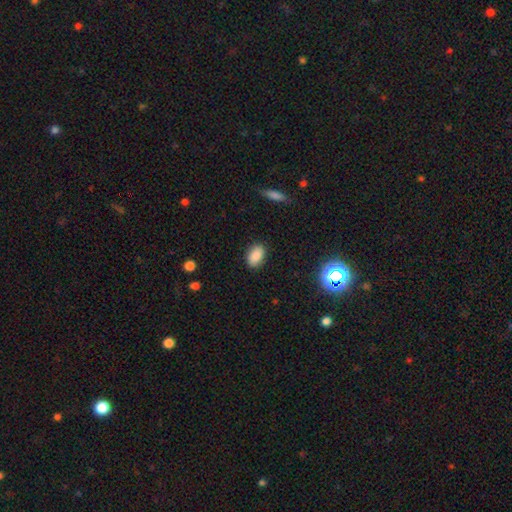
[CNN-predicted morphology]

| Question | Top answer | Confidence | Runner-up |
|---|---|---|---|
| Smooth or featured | smooth | 86% | star or artifact (9%) |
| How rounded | in between | 89% | round (10%) |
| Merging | none | 86% | minor disturbance (10%) |